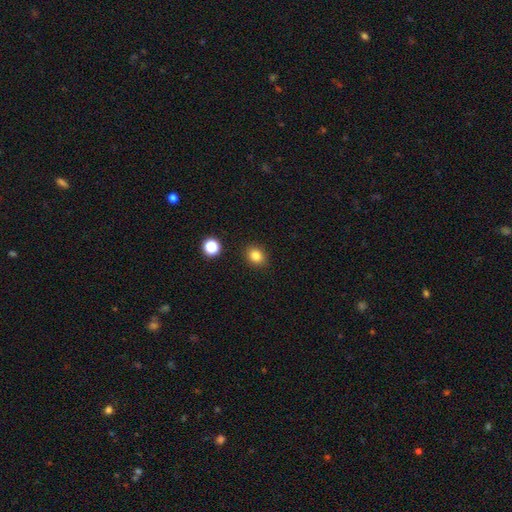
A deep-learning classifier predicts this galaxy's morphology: Smooth or featured: smooth — 83% (star or artifact — 12%)
How rounded: round — 60% (in between — 39%)
Merging: none — 89% (minor disturbance — 7%)